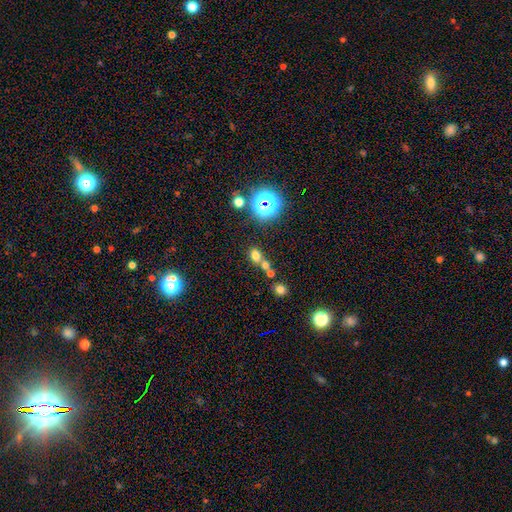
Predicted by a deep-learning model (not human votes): This appears to be a smooth galaxy with no disk features (65%) that is round (53%). Merging: none (43%, tied with merger).